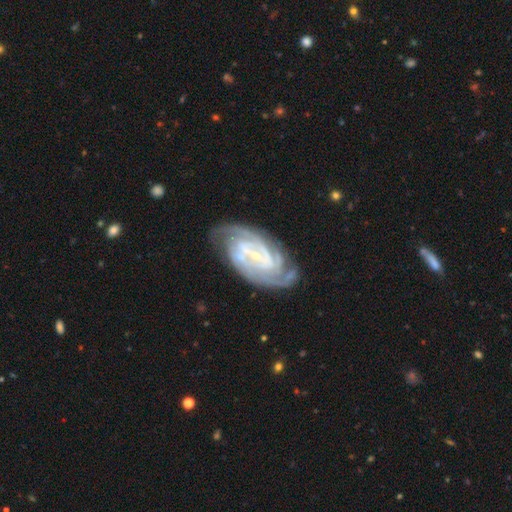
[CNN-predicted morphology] Smooth or featured? Predicted: featured or disk (p=0.90). Edge-on disk? Predicted: no (p=0.96). Bar? Predicted: weak (p=0.41). Spiral arms? Predicted: yes (p=0.98). Spiral winding? Predicted: tight (p=0.68). Spiral arm count? Predicted: 2 (p=0.34). Bulge size? Predicted: small (p=0.76). Merging? Predicted: none (p=0.74).